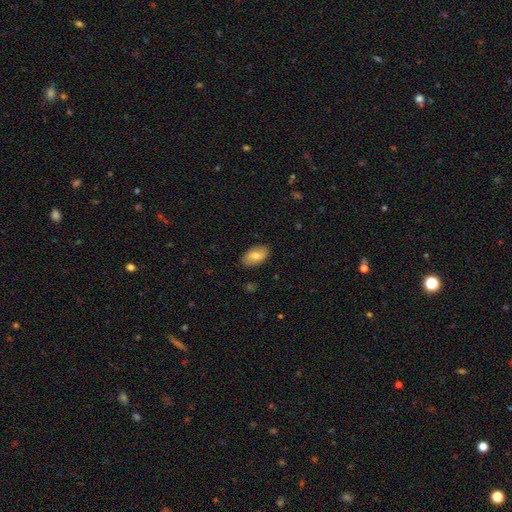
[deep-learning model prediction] Smooth or featured: smooth — 70% (featured or disk — 23%)
How rounded: in between — 93% (round — 5%)
Merging: none — 85% (minor disturbance — 11%)